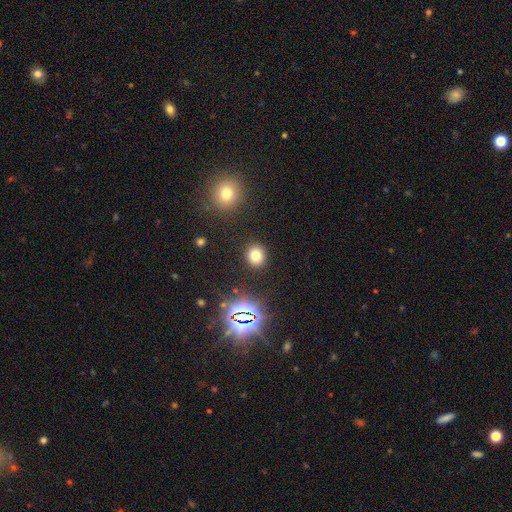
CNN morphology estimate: This is likely a smooth galaxy (75%). How rounded: clearly round (82%). Merging: clearly none (90%).